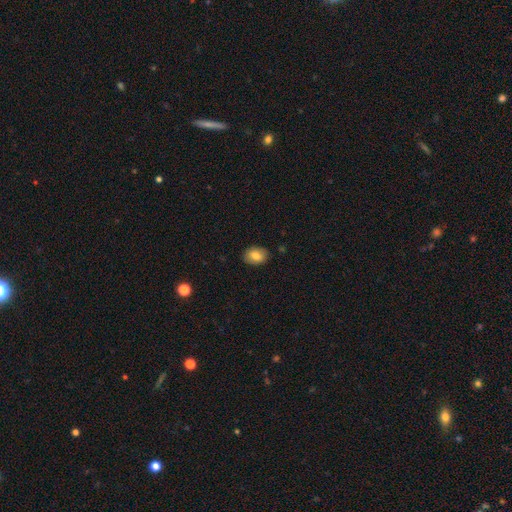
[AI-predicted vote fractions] Q: Smooth or featured?
A: smooth (81%); runner-up: featured or disk (11%)
Q: How rounded?
A: in between (73%); runner-up: round (26%)
Q: Merging?
A: none (87%); runner-up: minor disturbance (10%)